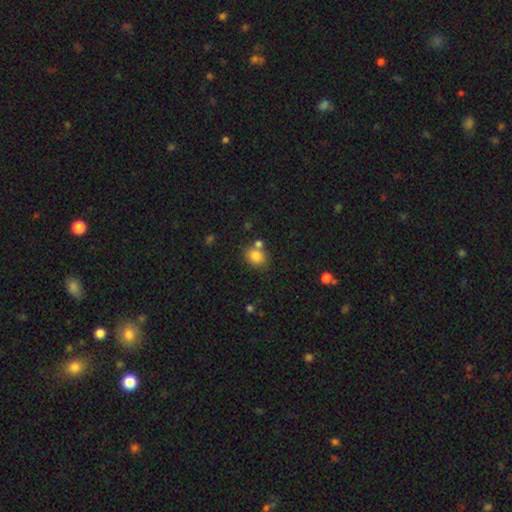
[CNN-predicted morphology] Overall: smooth (82%). How rounded: round (63%; in between 36%). Merging: none (61%; merger 22%).